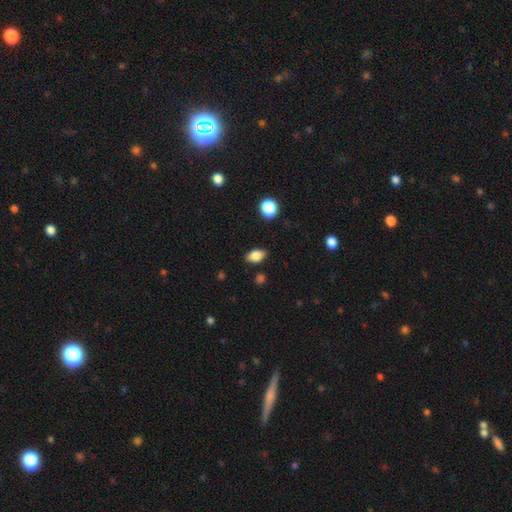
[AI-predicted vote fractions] smooth 82%, featured or disk 9%, star or artifact 9%. Down the decision tree: how rounded — in between (86%); merging — none (84%).